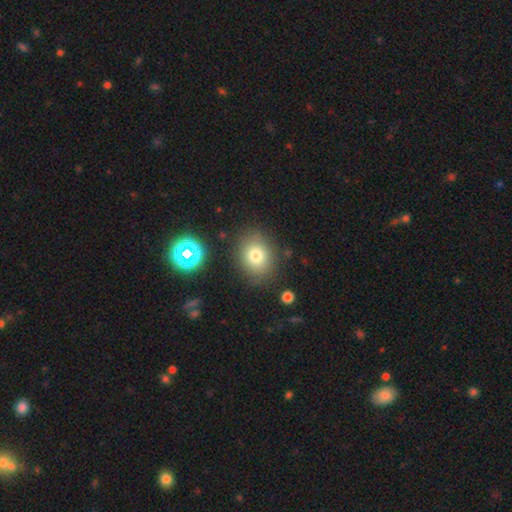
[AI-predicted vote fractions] This appears to be a smooth galaxy with no disk features (77%) that is round (56%). Merging: none (83%).